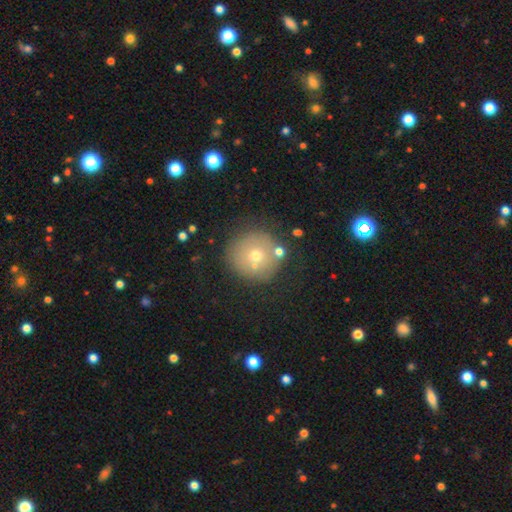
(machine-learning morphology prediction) Smooth or featured? smooth (62%)
How rounded? round (95%)
Merging? none (76%)